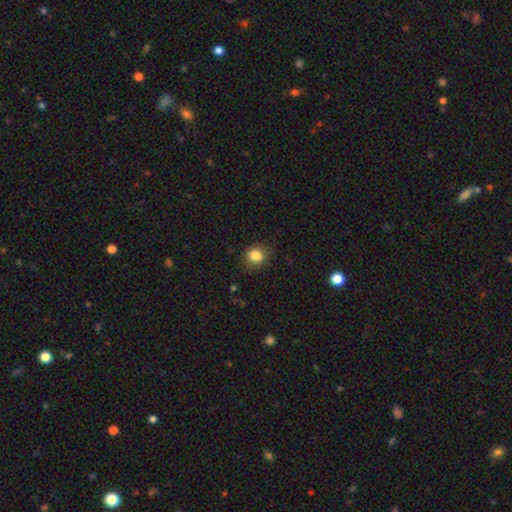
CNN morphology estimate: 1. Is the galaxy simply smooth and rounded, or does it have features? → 83% smooth, 11% star or artifact, 5% featured or disk.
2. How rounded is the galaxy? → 77% round, 22% in between, 1% cigar-shaped.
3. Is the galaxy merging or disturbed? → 86% none, 10% minor disturbance, 3% major disturbance, 1% merger.